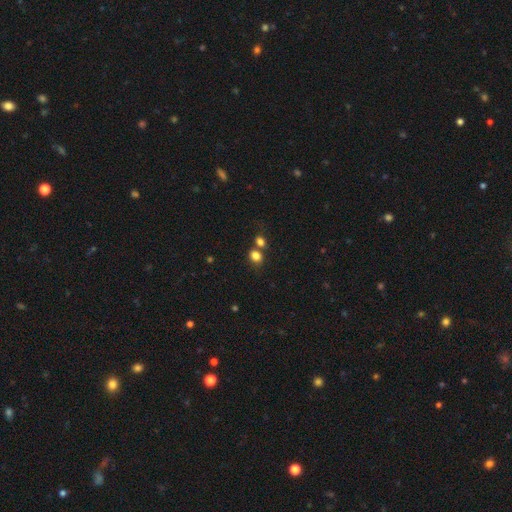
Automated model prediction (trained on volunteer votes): Q: Smooth or featured?
A: smooth (82%); runner-up: star or artifact (12%)
Q: How rounded?
A: round (51%); runner-up: in between (48%)
Q: Merging?
A: none (55%); runner-up: merger (29%)